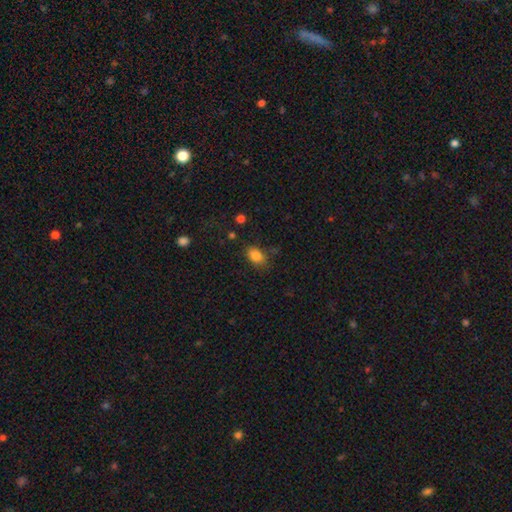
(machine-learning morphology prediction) smooth-or-featured: smooth: 84% | star or artifact: 10% | featured or disk: 6%
  how-rounded: in between: 82% | round: 16% | cigar-shaped: 2%
  merging: none: 73% | minor disturbance: 19% | major disturbance: 5% | merger: 3%